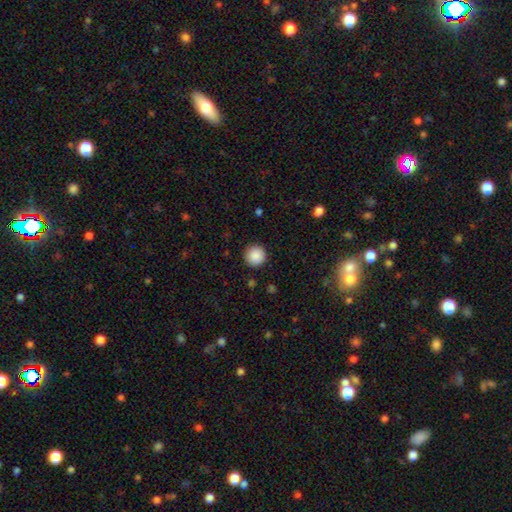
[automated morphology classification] type=smooth (88%); roundness=round (96%); merging=none (92%).